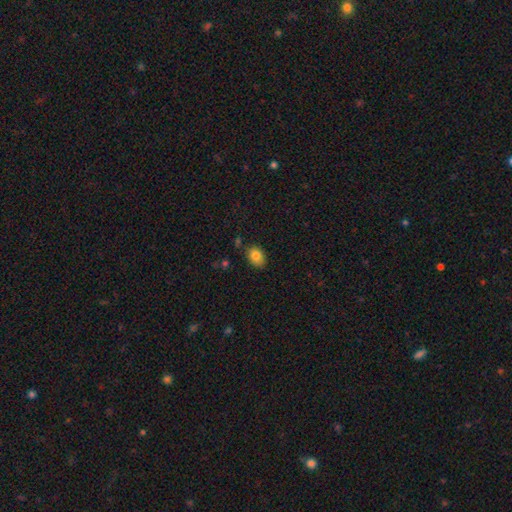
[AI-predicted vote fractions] A smooth galaxy with no disk features (83%) that is in between round and cigar-shaped (73%). Merging: none (79%).